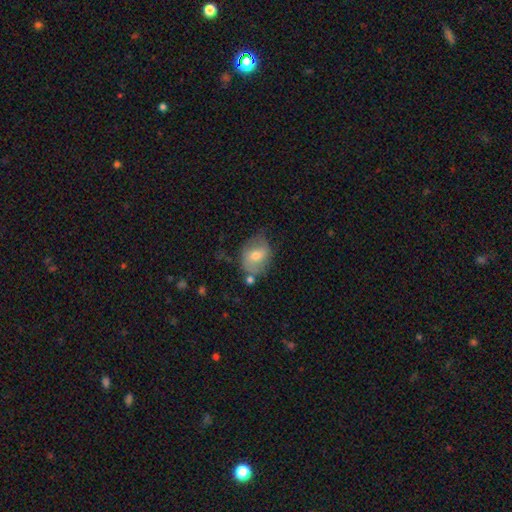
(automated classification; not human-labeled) Smooth or featured? smooth (55%)
How rounded? in between (61%)
Merging? none (55%)